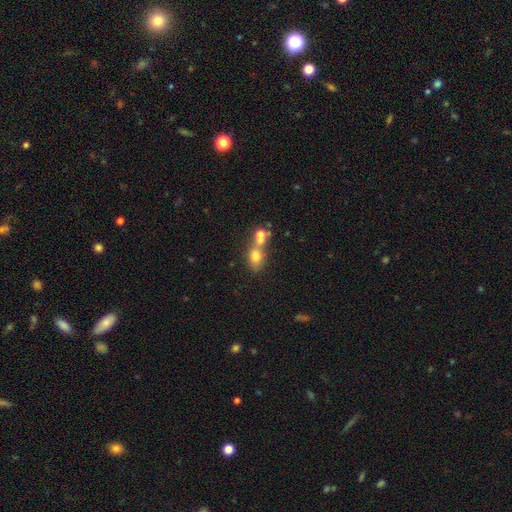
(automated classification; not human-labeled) smooth 68%, featured or disk 16%, star or artifact 16%. Down the decision tree: how rounded — round (59%); merging — merger (60%).